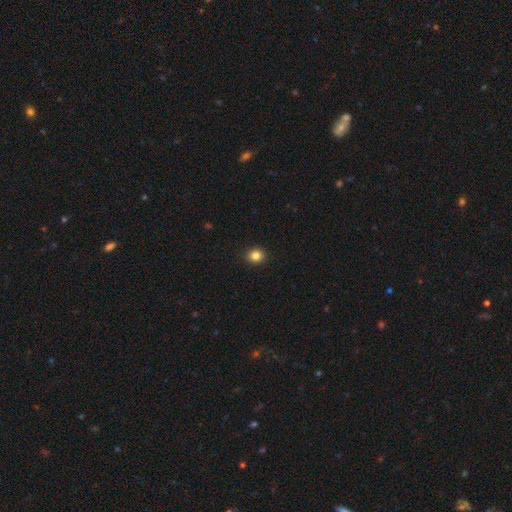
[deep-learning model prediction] Overall: smooth (84%). How rounded: round (81%). Merging: none (92%).